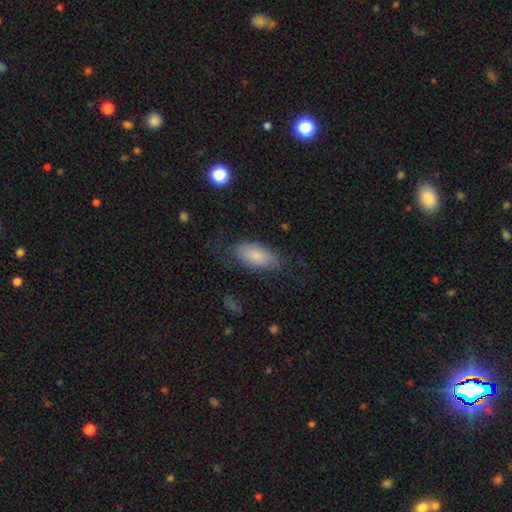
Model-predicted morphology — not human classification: Smooth or featured? smooth (77%)
How rounded? in between (91%)
Merging? none (69%)